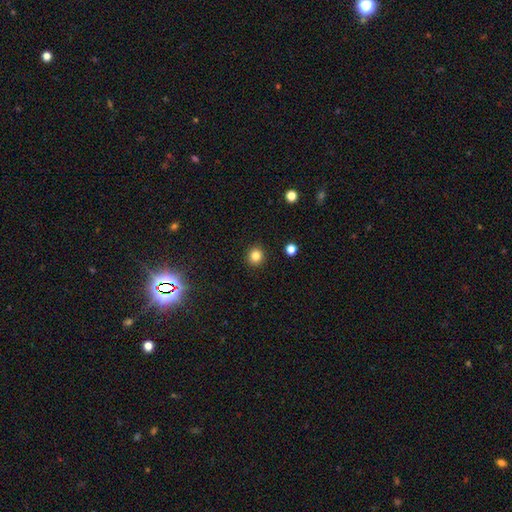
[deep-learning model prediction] A smooth galaxy with no disk features (83%) that is round (91%).

Vote fractions:
- Smooth or featured? smooth: 83% / star or artifact: 12% / featured or disk: 5%
- How rounded? round: 91% / in between: 8% / cigar-shaped: 1%
- Merging? none: 92% / minor disturbance: 5% / major disturbance: 2% / merger: 1%